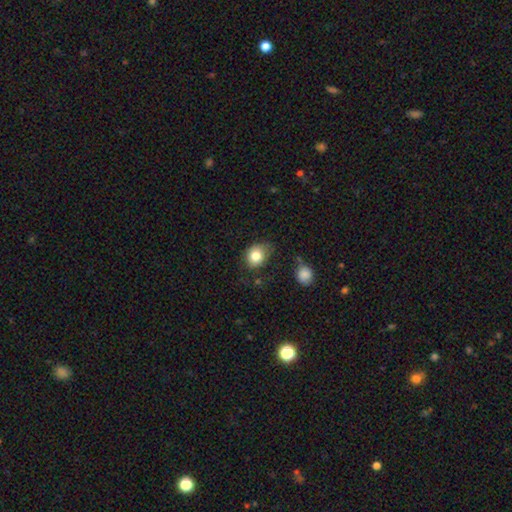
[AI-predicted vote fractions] Morphology: type=smooth (81%); roundness=round (54%); merging=none (56%).